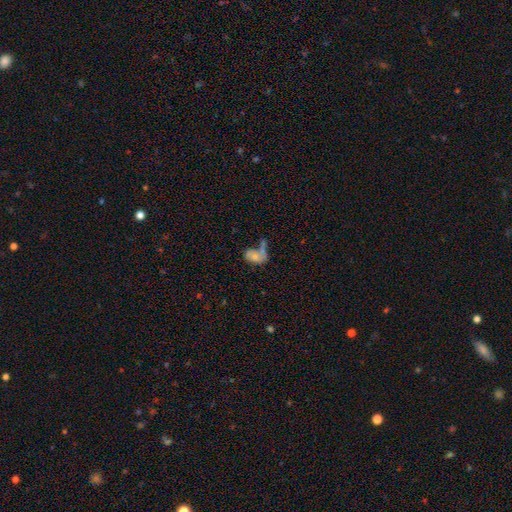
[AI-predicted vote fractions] smooth 62%, featured or disk 28%, star or artifact 10%. Down the decision tree: how rounded — in between (88%); merging — merger (35%).